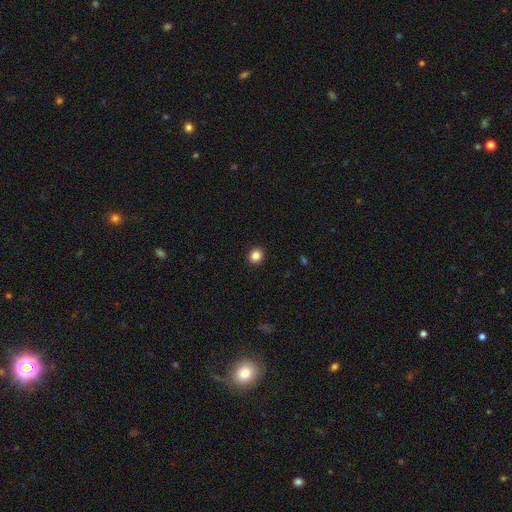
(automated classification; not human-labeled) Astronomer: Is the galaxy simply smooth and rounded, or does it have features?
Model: smooth — 85%.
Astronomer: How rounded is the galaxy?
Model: round — 88%.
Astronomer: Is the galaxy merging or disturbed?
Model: none — 93%.